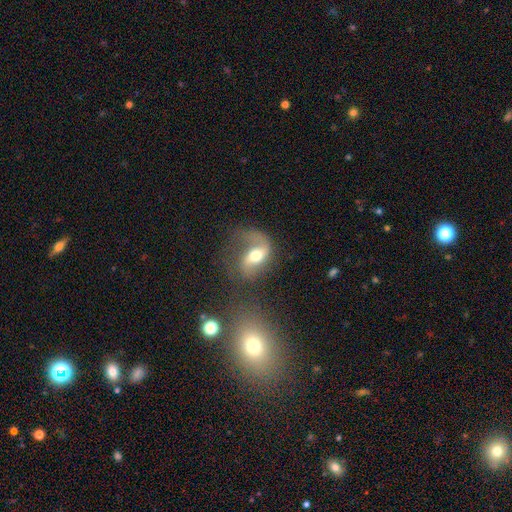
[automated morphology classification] Smooth or featured?
  - featured or disk: 67% *
  - smooth: 25%
  - star or artifact: 8%
Edge-on disk?
  - no: 94% *
  - yes: 6%
Bar?
  - weak: 39% *
  - no: 35%
  - strong: 26%
Spiral arms?
  - yes: 85% *
  - no: 15%
Spiral winding?
  - loose: 63% *
  - medium: 29%
  - tight: 8%
Spiral arm count?
  - 2: 64% *
  - 1: 29%
  - can't tell: 5%
  - 3: 1%
  - 4: 1%
  - more than 4: 1%
Bulge size?
  - moderate: 69% *
  - large: 15%
  - small: 12%
  - dominant: 2%
  - none: 1%
Merging?
  - none: 45% *
  - major disturbance: 27%
  - minor disturbance: 21%
  - merger: 6%